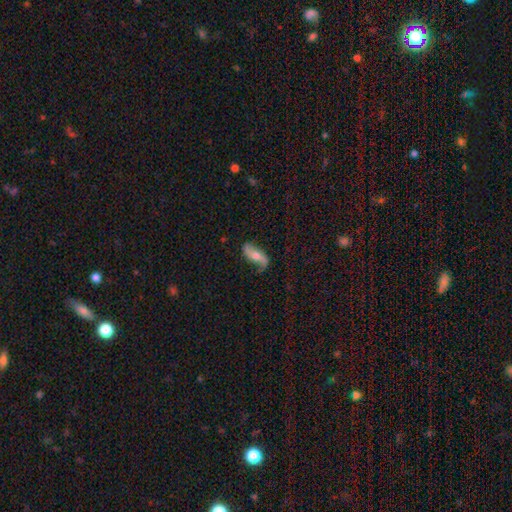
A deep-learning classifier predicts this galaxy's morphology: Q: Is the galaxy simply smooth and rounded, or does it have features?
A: featured or disk — 57%.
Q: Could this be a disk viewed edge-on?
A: no — 82%.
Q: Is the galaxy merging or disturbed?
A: none — 69%.